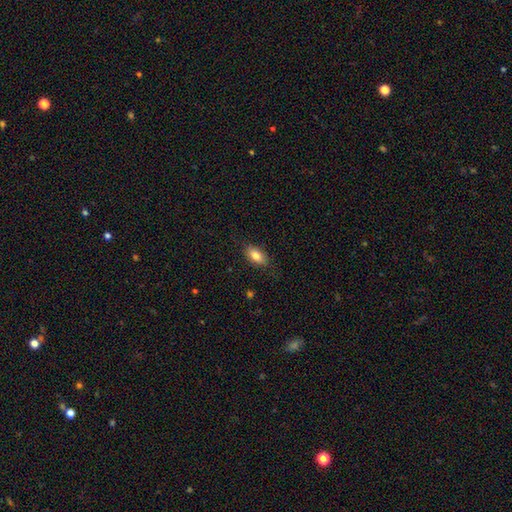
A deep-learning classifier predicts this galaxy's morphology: The model was most divided on "merging": none: 82%, minor disturbance: 14%, major disturbance: 3%, merger: 1%. More confident: how rounded — in between (89%); smooth or featured — smooth (82%).